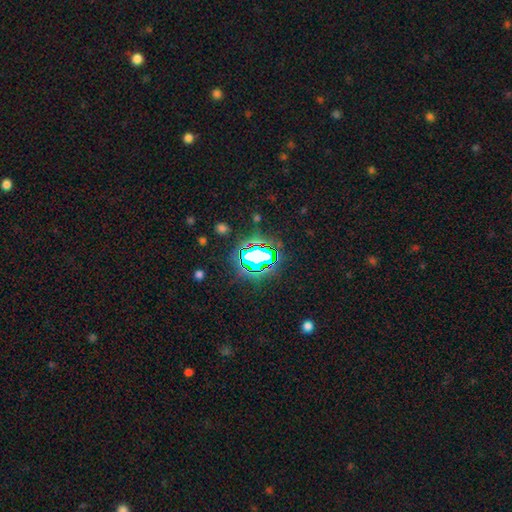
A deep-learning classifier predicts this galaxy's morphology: This is likely a star or artifact rather than a galaxy (68%).